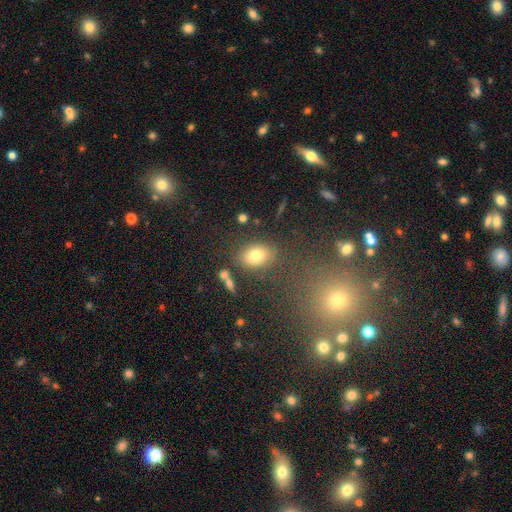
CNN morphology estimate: Q: Smooth or featured?
A: smooth (76%); runner-up: featured or disk (12%)
Q: How rounded?
A: in between (69%); runner-up: round (29%)
Q: Merging?
A: none (78%); runner-up: minor disturbance (12%)